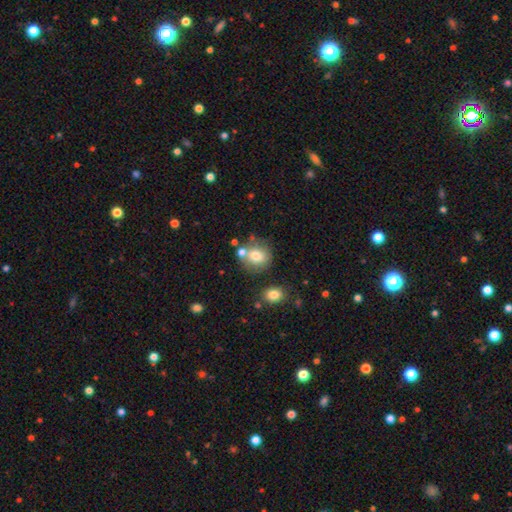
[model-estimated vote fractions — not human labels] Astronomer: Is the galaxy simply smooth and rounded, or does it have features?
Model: smooth — 74%.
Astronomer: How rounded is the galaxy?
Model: round — 78%.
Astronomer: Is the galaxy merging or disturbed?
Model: none — 64%.